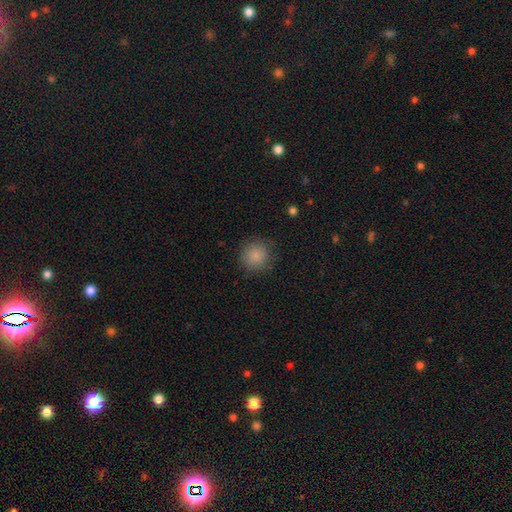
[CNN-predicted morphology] type=smooth (86%); roundness=round (93%); merging=none (85%).